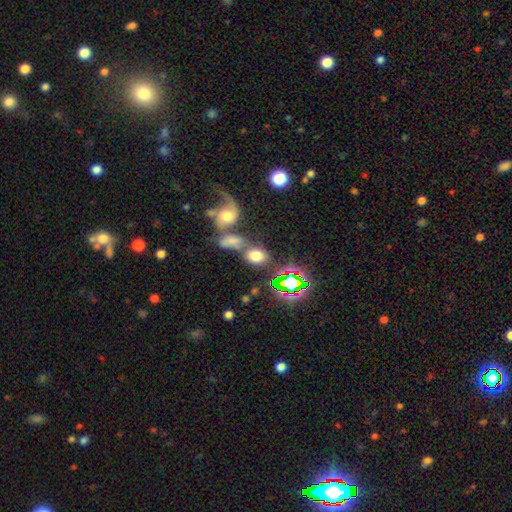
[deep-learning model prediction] Overall: smooth (65%). How rounded: in between (68%; round 30%). Merging: none (45%; merger 35%).